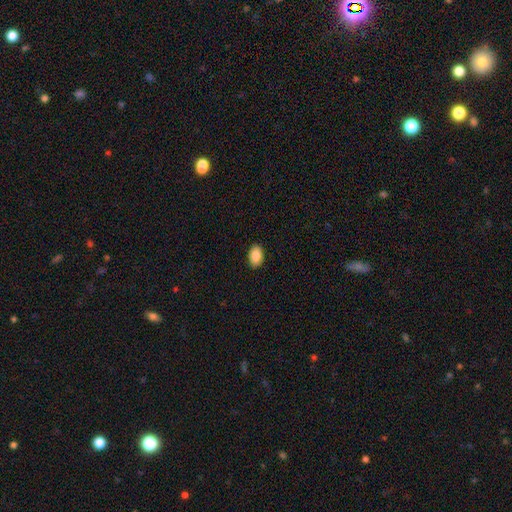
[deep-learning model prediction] Morphology: type=smooth (89%); roundness=in between (89%); merging=none (90%).